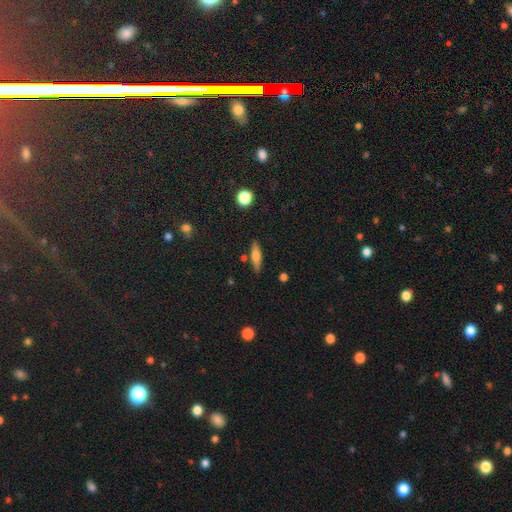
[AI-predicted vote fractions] Smooth or featured: smooth — 63% (featured or disk — 29%)
How rounded: cigar-shaped — 66% (in between — 31%)
Merging: none — 82% (minor disturbance — 11%)